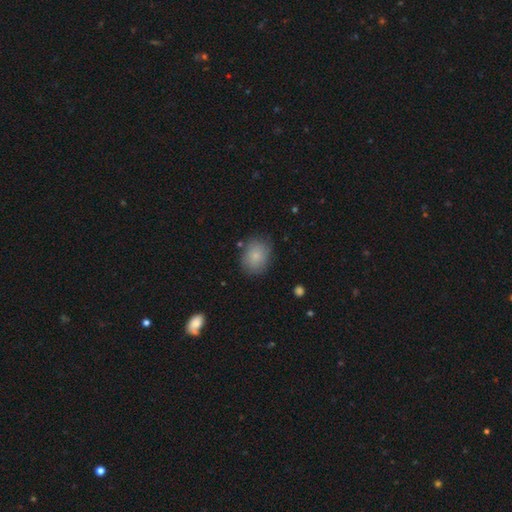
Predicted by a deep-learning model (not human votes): A smooth galaxy with no disk features (83%) that is in between round and cigar-shaped (53%).

Vote fractions:
- Smooth or featured? smooth: 83% / featured or disk: 9% / star or artifact: 8%
- How rounded? in between: 53% / round: 46% / cigar-shaped: 1%
- Merging? none: 77% / minor disturbance: 16% / major disturbance: 4% / merger: 2%